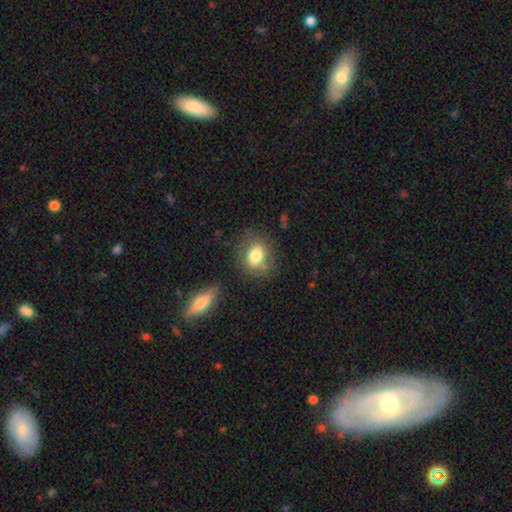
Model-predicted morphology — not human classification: Smooth or featured: smooth — 77% (featured or disk — 14%)
How rounded: in between — 59% (round — 39%)
Merging: none — 70% (minor disturbance — 18%)